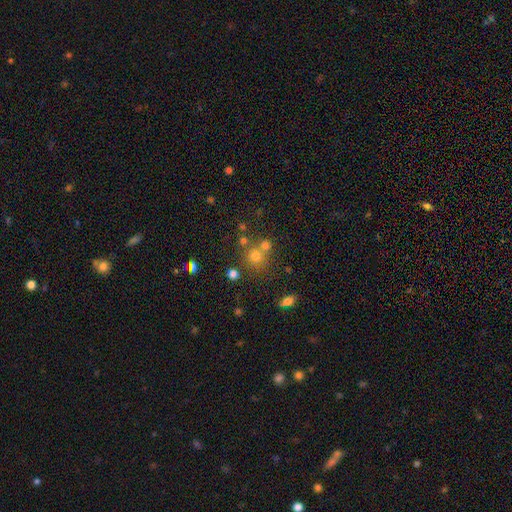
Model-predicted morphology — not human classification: smooth 68%, star or artifact 21%, featured or disk 11%. Down the decision tree: how rounded — round (88%); merging — none (59%).